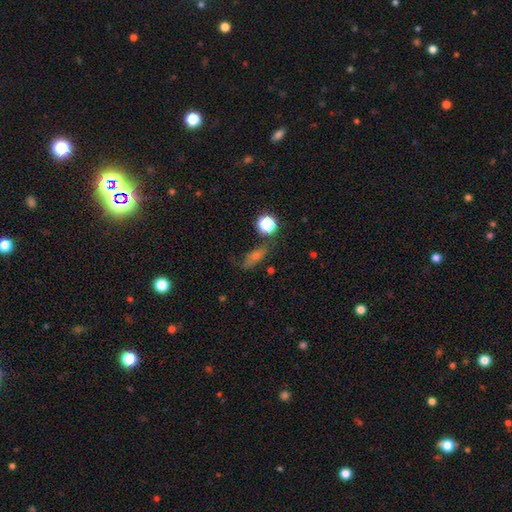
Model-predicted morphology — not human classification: Smooth or featured: smooth — 48% (star or artifact — 26%)
Merging: none — 66% (minor disturbance — 20%)